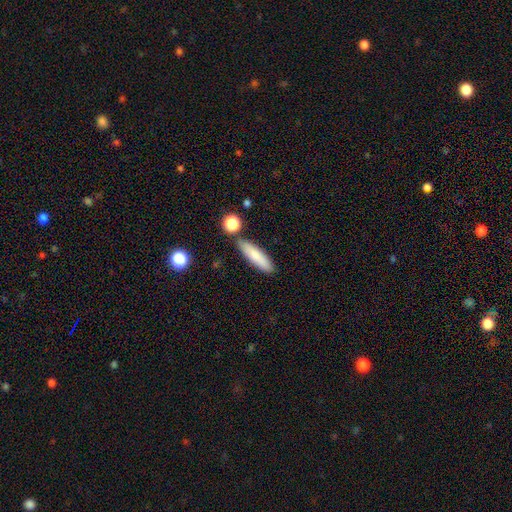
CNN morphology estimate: smooth_or_featured: smooth (p=0.78) [alt: featured or disk p=0.15]
how_rounded: cigar-shaped (p=0.69) [alt: in between p=0.28]
merging: none (p=0.79) [alt: minor disturbance p=0.12]